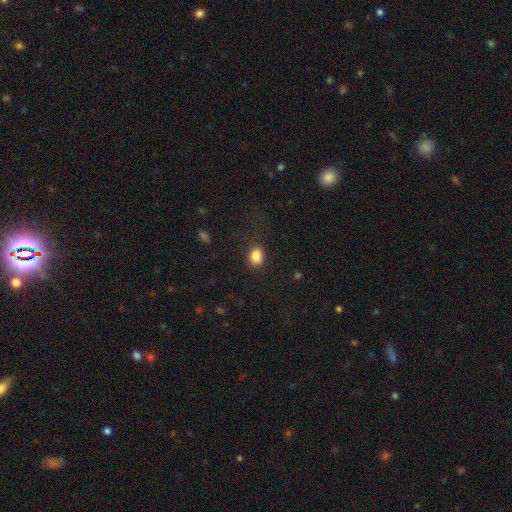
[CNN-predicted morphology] This is clearly a smooth galaxy (85%). How rounded: possibly in between (52%). Merging: likely none (77%).